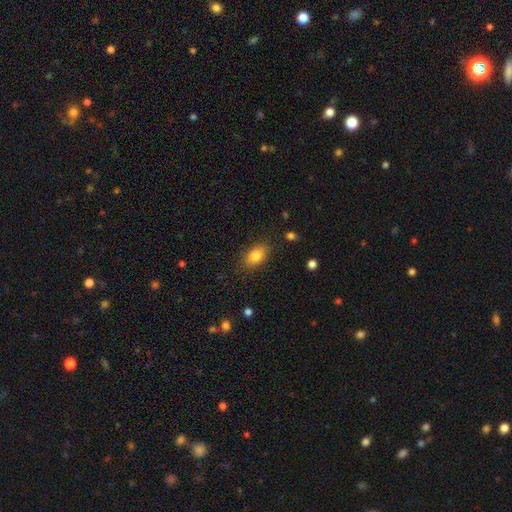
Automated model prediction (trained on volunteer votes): Smooth or featured?
  - smooth: 82% *
  - featured or disk: 9%
  - star or artifact: 9%
How rounded?
  - in between: 86% *
  - round: 11%
  - cigar-shaped: 3%
Merging?
  - none: 84% *
  - minor disturbance: 12%
  - major disturbance: 3%
  - merger: 1%